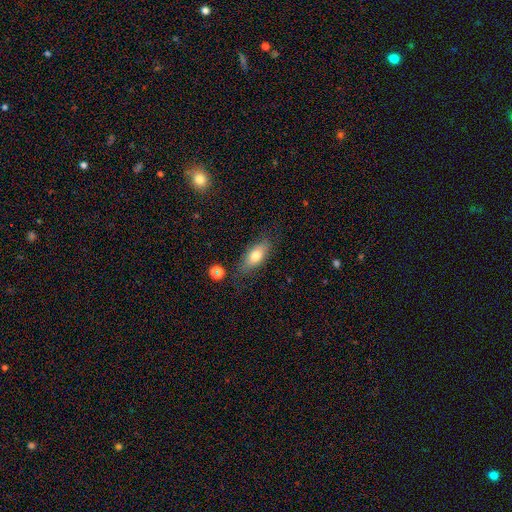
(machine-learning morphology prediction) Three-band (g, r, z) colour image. It shows a smooth galaxy with no disk features (74%) that is in between round and cigar-shaped (82%). Merging: none (78%).